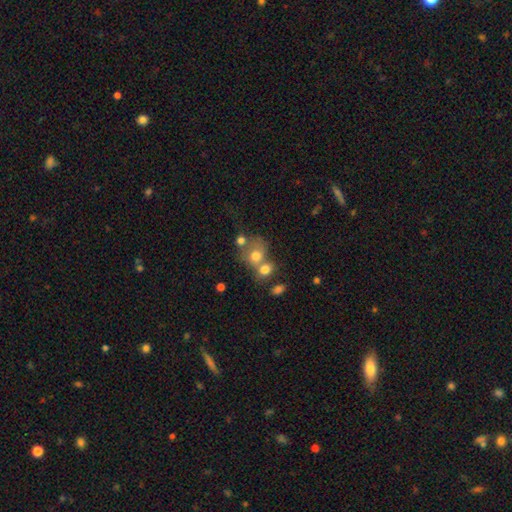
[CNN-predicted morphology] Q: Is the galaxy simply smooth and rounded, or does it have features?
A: smooth — 70%.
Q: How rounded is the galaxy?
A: round — 62%.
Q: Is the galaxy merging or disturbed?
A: merger — 51%.